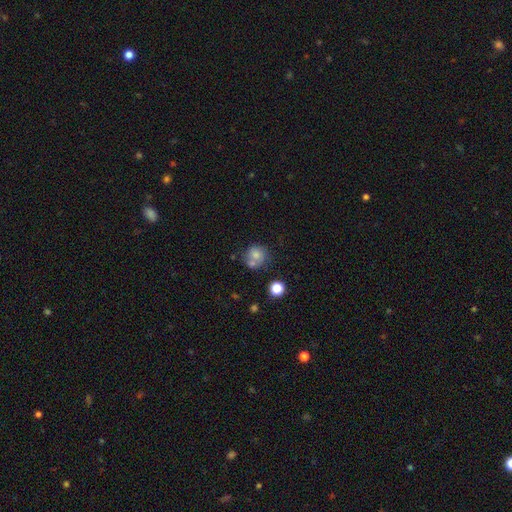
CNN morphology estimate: type=smooth (75%); roundness=round (84%); merging=none (49%).